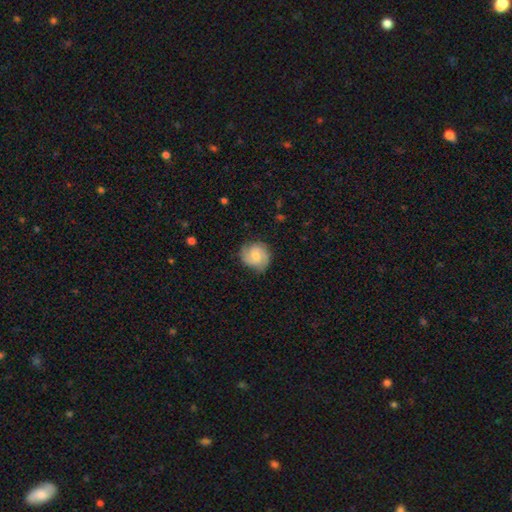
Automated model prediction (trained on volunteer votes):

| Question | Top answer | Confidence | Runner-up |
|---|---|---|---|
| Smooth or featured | featured or disk | 61% | smooth (33%) |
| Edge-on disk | no | 98% | yes (2%) |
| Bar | no | 55% | weak (39%) |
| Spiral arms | yes | 91% | no (9%) |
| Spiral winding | medium | 44% | tight (42%) |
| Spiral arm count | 2 | 69% | can't tell (13%) |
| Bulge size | moderate | 57% | small (36%) |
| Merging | none | 76% | minor disturbance (18%) |